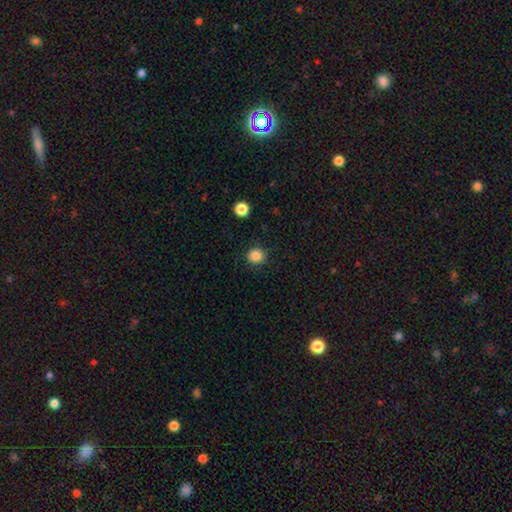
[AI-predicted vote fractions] smooth-or-featured: smooth: 86% | star or artifact: 11% | featured or disk: 3%
  how-rounded: round: 88% | in between: 11% | cigar-shaped: 1%
  merging: none: 88% | minor disturbance: 8% | major disturbance: 3% | merger: 1%